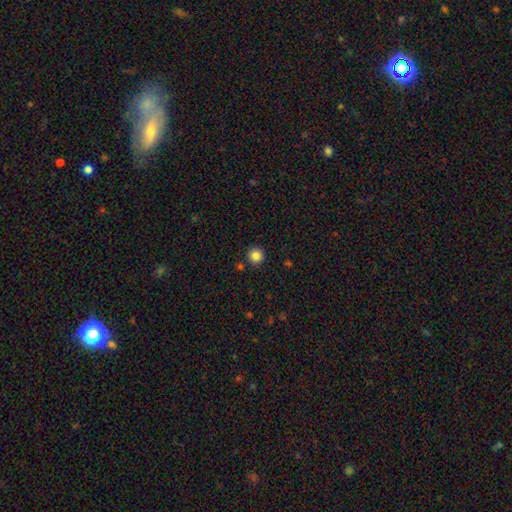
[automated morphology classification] A smooth galaxy with no disk features (85%) that is round (95%).

Vote fractions:
- Smooth or featured? smooth: 85% / star or artifact: 11% / featured or disk: 4%
- How rounded? round: 95% / in between: 4% / cigar-shaped: 1%
- Merging? none: 91% / minor disturbance: 5% / merger: 2% / major disturbance: 2%